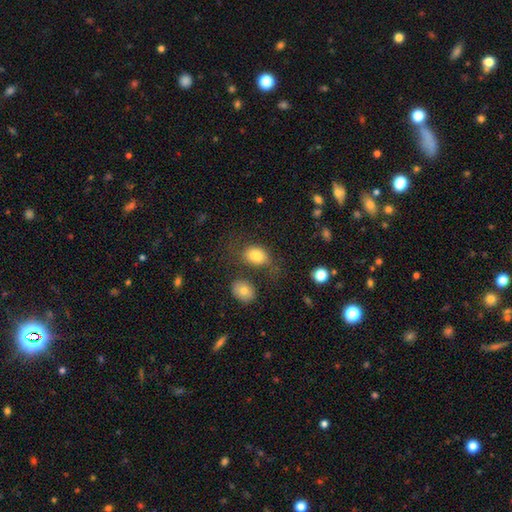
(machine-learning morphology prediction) smooth_or_featured: smooth (p=0.80) [alt: featured or disk p=0.11]
how_rounded: in between (p=0.70) [alt: round p=0.28]
merging: none (p=0.47) [alt: minor disturbance p=0.22]